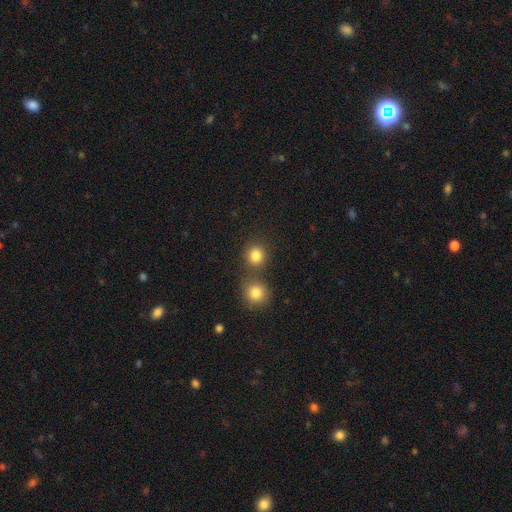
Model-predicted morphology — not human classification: smooth_or_featured: smooth (p=0.83) [alt: star or artifact p=0.12]
how_rounded: round (p=0.89) [alt: in between p=0.10]
merging: none (p=0.67) [alt: merger p=0.24]